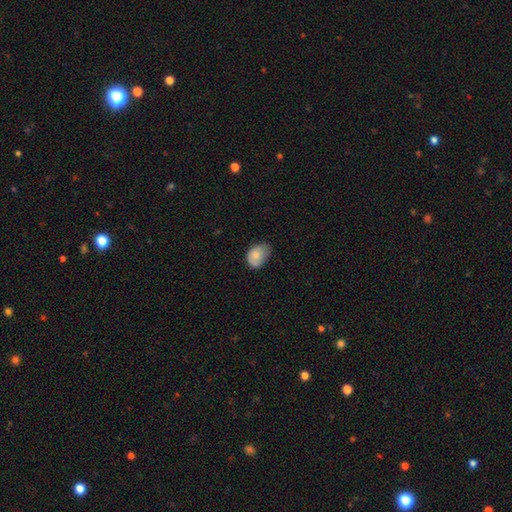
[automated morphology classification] Smooth or featured?
  - smooth: 77% *
  - featured or disk: 16%
  - star or artifact: 7%
How rounded?
  - in between: 75% *
  - round: 24%
  - cigar-shaped: 1%
Merging?
  - minor disturbance: 45% *
  - none: 41%
  - major disturbance: 13%
  - merger: 2%